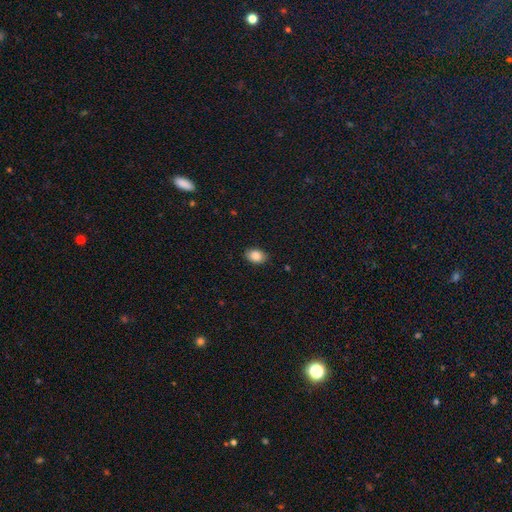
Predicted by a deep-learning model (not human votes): Morphology: type=smooth (86%); roundness=in between (81%); merging=none (87%).